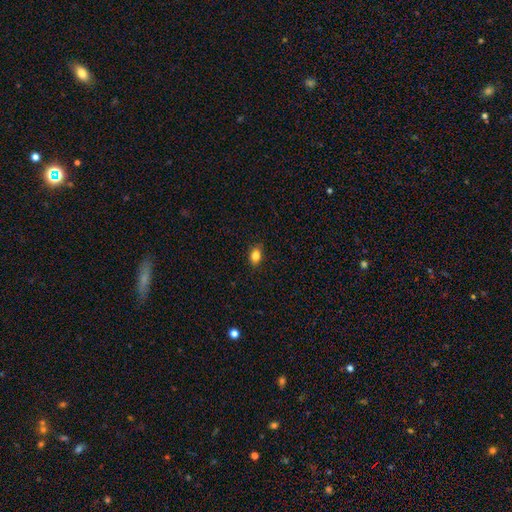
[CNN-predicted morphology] This is clearly a smooth galaxy (83%). How rounded: likely in between (74%). Merging: clearly none (87%).